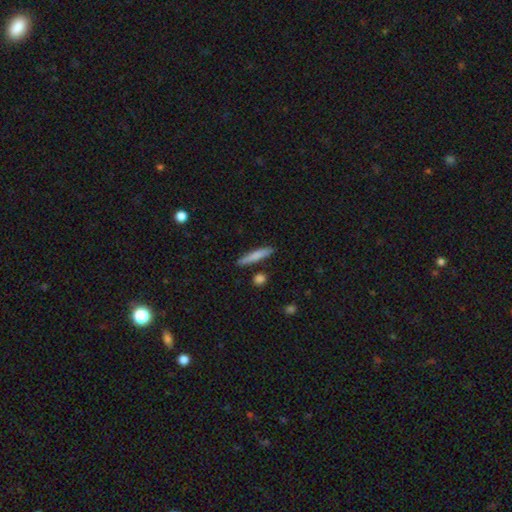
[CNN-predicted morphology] Q: Smooth or featured?
A: smooth (76%); runner-up: featured or disk (18%)
Q: How rounded?
A: cigar-shaped (91%); runner-up: in between (7%)
Q: Merging?
A: none (86%); runner-up: minor disturbance (9%)